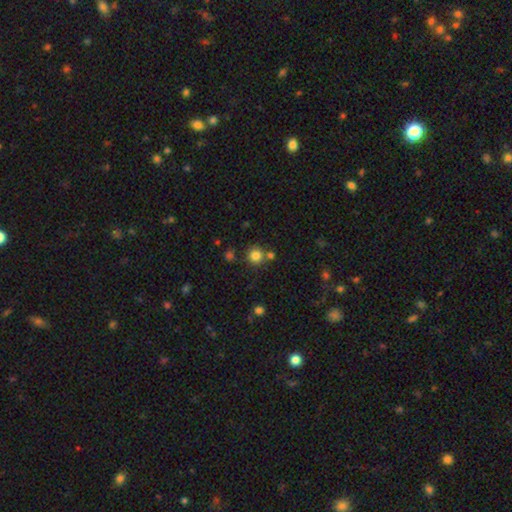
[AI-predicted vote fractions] Smooth or featured? Predicted: smooth (p=0.83). How rounded? Predicted: round (p=0.93). Merging? Predicted: none (p=0.76).